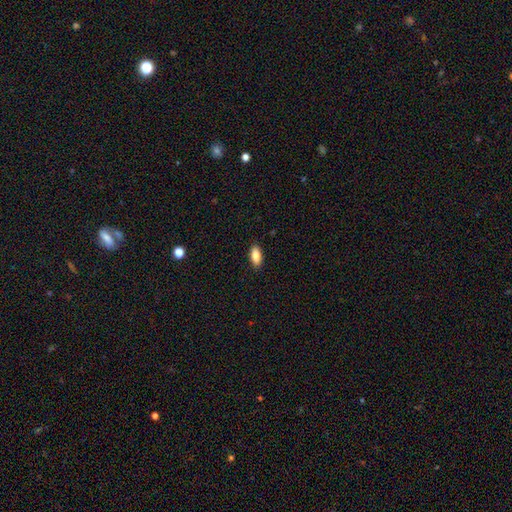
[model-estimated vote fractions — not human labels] A smooth galaxy with no disk features (87%) that is in between round and cigar-shaped (89%). Merging: none (89%).